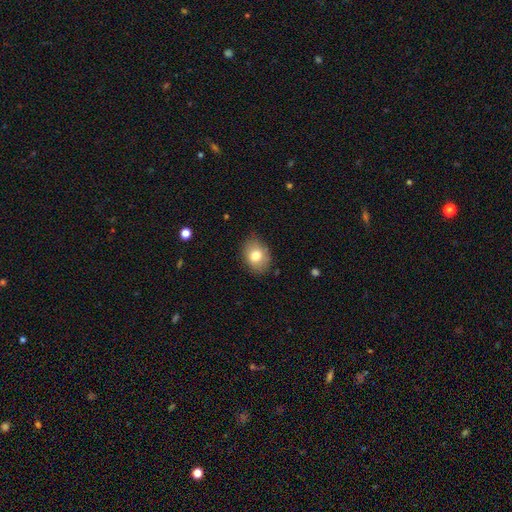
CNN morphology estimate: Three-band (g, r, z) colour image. It shows a smooth galaxy with no disk features (78%) that is in between round and cigar-shaped (68%). Merging: none (79%).